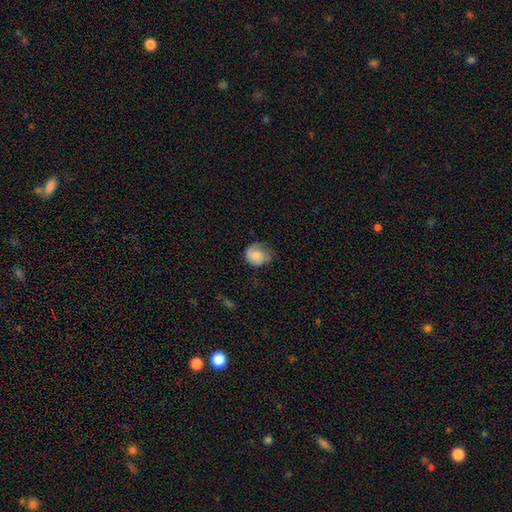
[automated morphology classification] type=smooth (70%); roundness=round (66%); merging=none (45%).